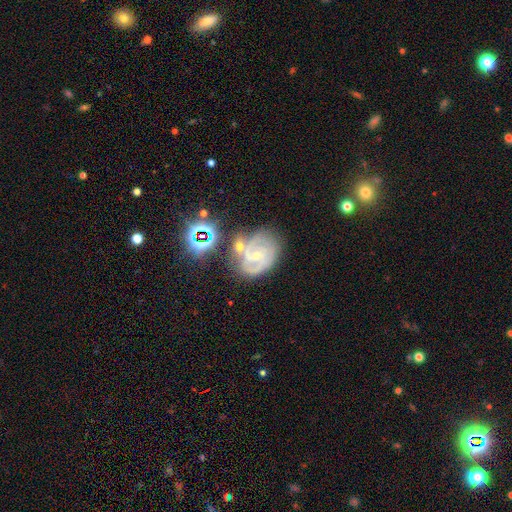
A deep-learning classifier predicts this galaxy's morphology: Overall: featured or disk (78%). Edge-on disk: no (98%). Bar: no (57%; weak 35%). Spiral arms: yes (93%). Spiral arm count: 2 (40%; 3 25%). Spiral winding: tight (56%; medium 37%). Bulge size: small (71%). Merging: none (46%; merger 25%).